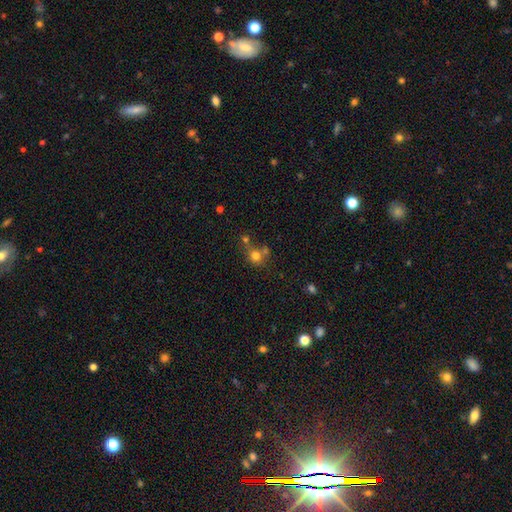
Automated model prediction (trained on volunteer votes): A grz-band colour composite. It shows a smooth galaxy with no disk features (74%) that is round (81%). Merging: none (48%).